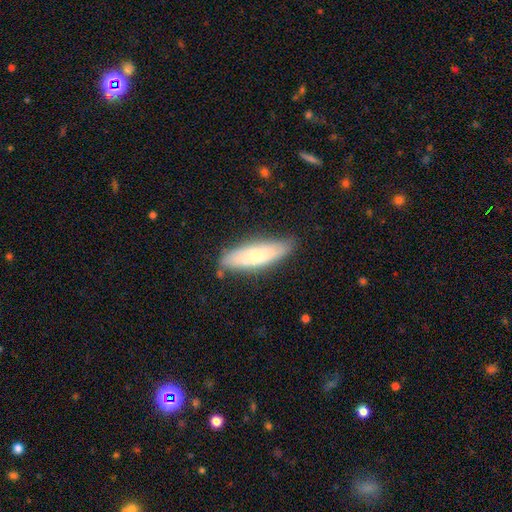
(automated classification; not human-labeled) The model was most divided on "how rounded": cigar-shaped: 58%, in between: 41%, round: 2%. More confident: merging — none (77%); smooth or featured — smooth (68%).